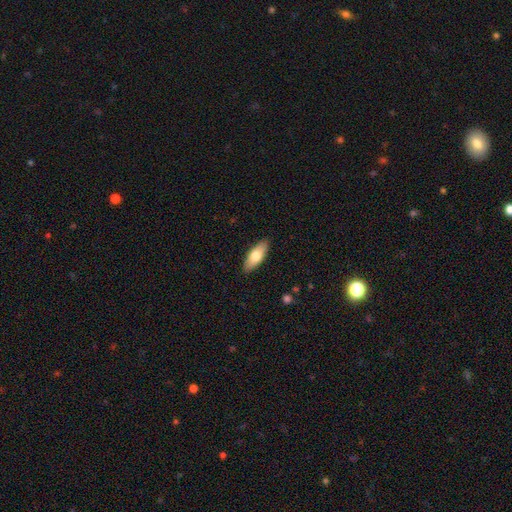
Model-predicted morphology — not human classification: Smooth or featured? Predicted: smooth (p=0.73). How rounded? Predicted: in between (p=0.73). Merging? Predicted: none (p=0.89).